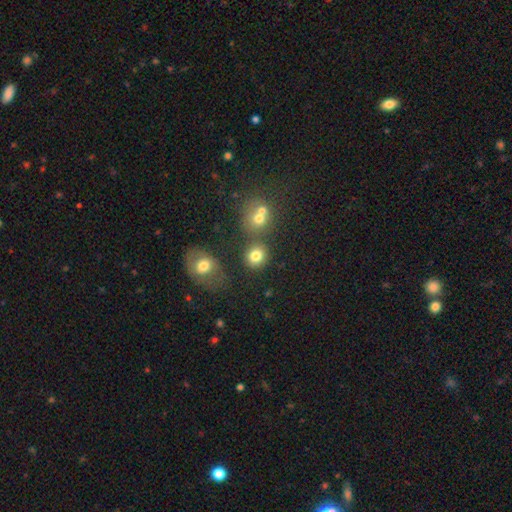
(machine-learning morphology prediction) Q: Smooth or featured?
A: smooth (79%); runner-up: star or artifact (13%)
Q: How rounded?
A: round (80%); runner-up: in between (19%)
Q: Merging?
A: none (70%); runner-up: merger (15%)